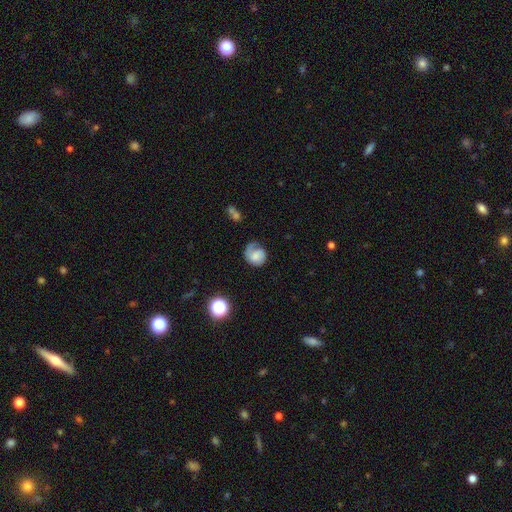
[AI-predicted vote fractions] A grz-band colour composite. It shows a featured or disk galaxy (51%). Merging: none (49%).